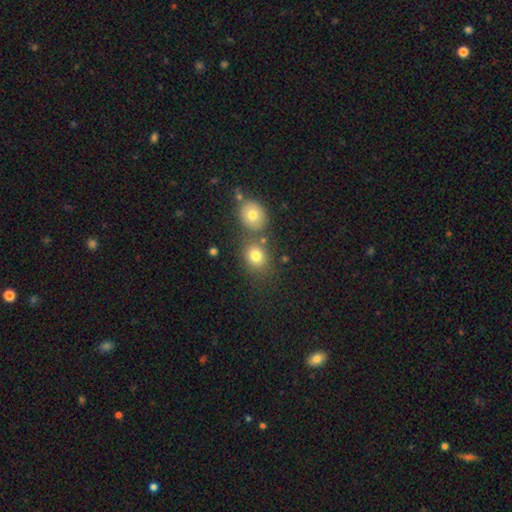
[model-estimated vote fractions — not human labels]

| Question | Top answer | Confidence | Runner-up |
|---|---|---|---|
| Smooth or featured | smooth | 77% | star or artifact (13%) |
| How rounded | round | 57% | in between (42%) |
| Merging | none | 61% | merger (23%) |